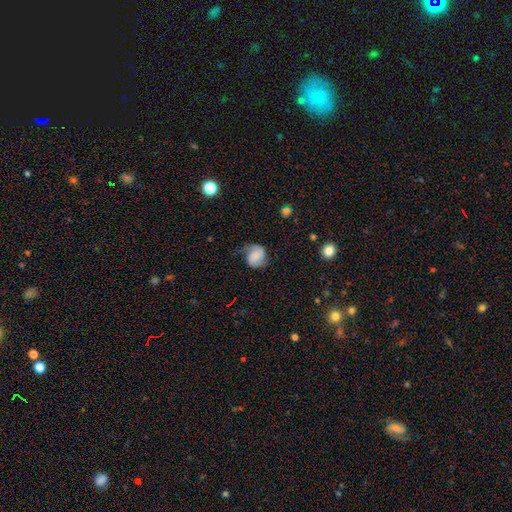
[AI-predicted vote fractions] featured or disk 47%, smooth 44%, star or artifact 9%. Down the decision tree: merging — none (58%).